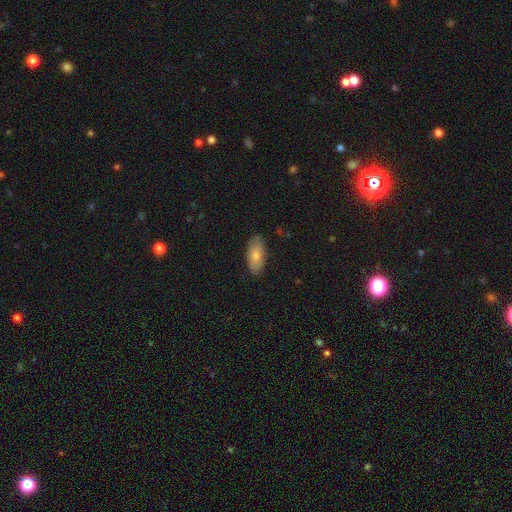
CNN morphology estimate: Q: Smooth or featured?
A: smooth (75%); runner-up: featured or disk (18%)
Q: How rounded?
A: in between (88%); runner-up: cigar-shaped (9%)
Q: Merging?
A: none (85%); runner-up: minor disturbance (12%)